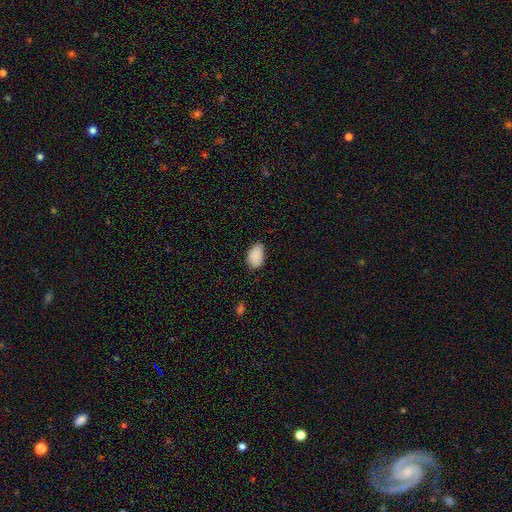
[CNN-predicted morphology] This appears to be a smooth galaxy with no disk features (88%) that is in between round and cigar-shaped (90%). Merging: none (66%).